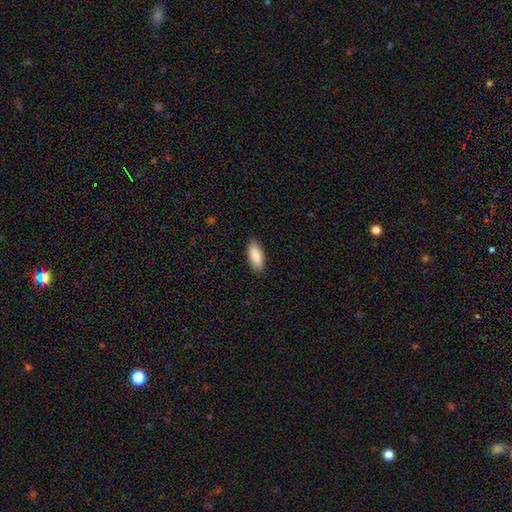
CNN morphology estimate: A smooth galaxy with no disk features (88%) that is in between round and cigar-shaped (80%). Merging: none (89%).